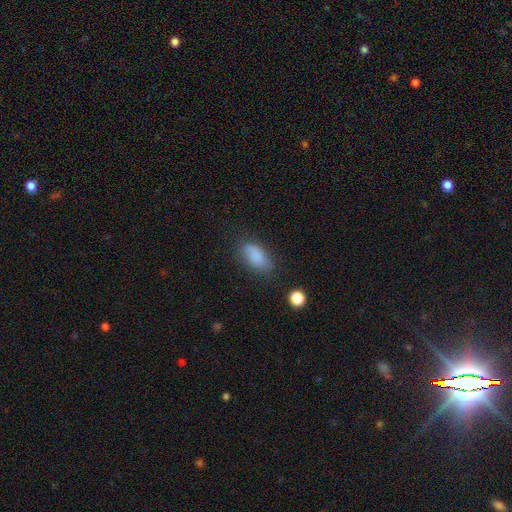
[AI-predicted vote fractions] This appears to be a smooth galaxy with no disk features (84%) that is in between round and cigar-shaped (88%). Merging: none (72%).